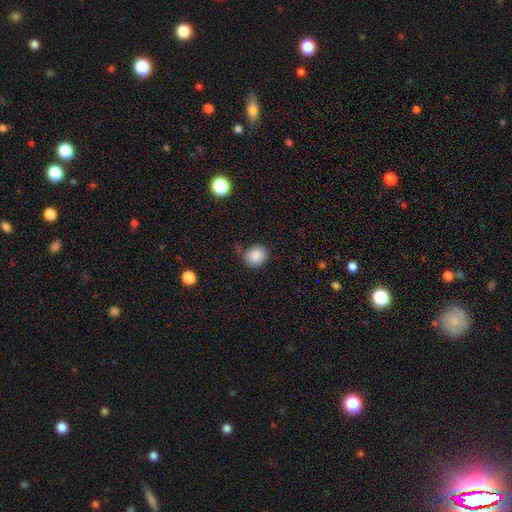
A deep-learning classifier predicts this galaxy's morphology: The model was most divided on "how rounded": round: 73%, in between: 26%, cigar-shaped: 1%. More confident: smooth or featured — smooth (86%); merging — none (73%).